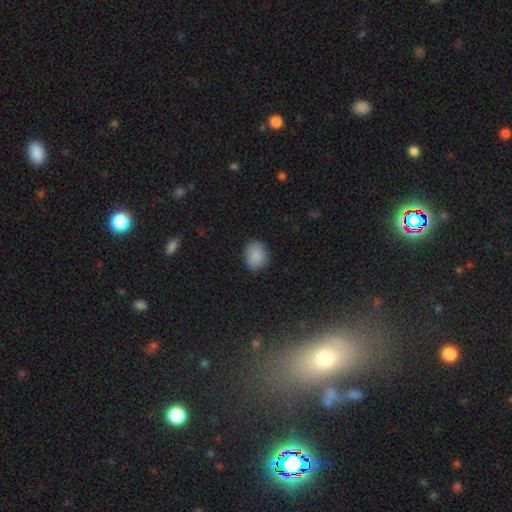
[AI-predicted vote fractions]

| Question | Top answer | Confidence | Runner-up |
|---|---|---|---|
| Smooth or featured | smooth | 87% | star or artifact (8%) |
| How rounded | round | 61% | in between (38%) |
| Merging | none | 86% | minor disturbance (11%) |